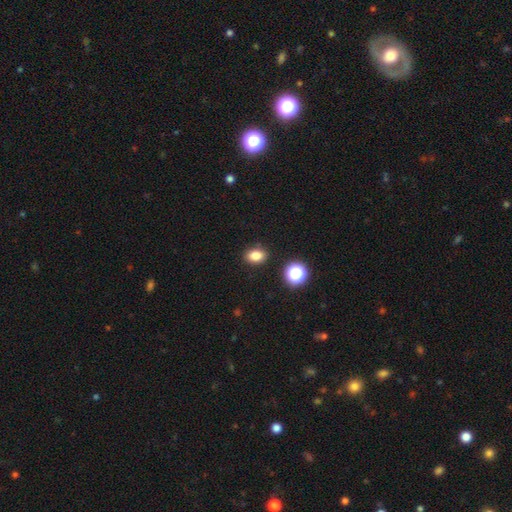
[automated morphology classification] smooth_or_featured: smooth (p=0.82) [alt: star or artifact p=0.13]
how_rounded: in between (p=0.71) [alt: round p=0.27]
merging: none (p=0.88) [alt: minor disturbance p=0.08]